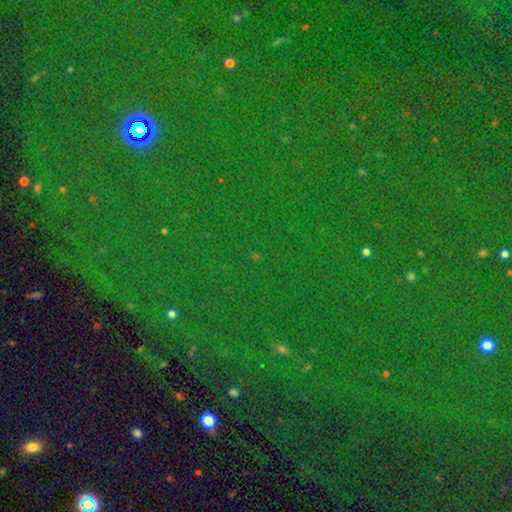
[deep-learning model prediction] Q: Smooth or featured?
A: star or artifact (80%); runner-up: smooth (12%)